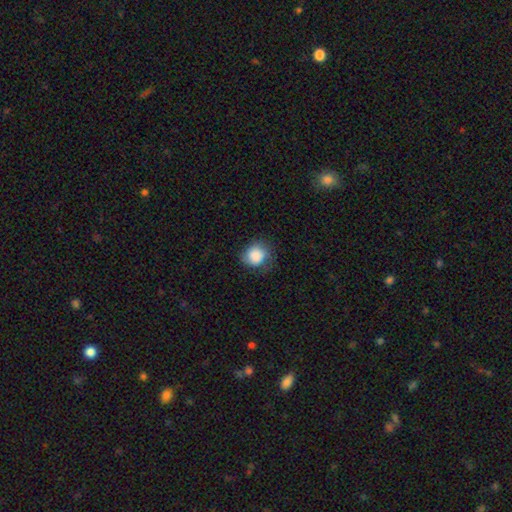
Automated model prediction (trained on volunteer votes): Smooth or featured: smooth — 85% (star or artifact — 8%)
How rounded: round — 79% (in between — 20%)
Merging: none — 65% (minor disturbance — 24%)